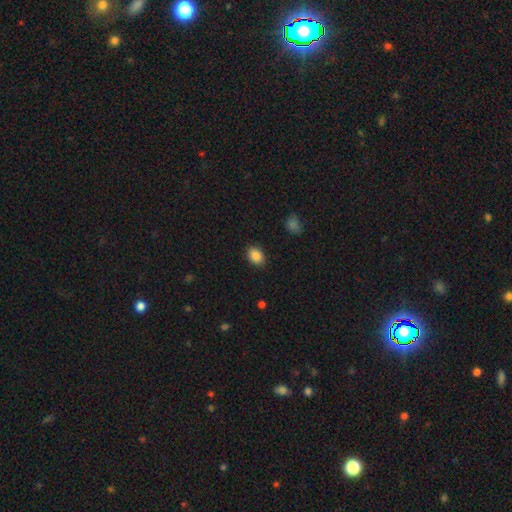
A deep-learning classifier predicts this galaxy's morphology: smooth_or_featured: smooth (p=0.87) [alt: star or artifact p=0.09]
how_rounded: in between (p=0.70) [alt: round p=0.29]
merging: none (p=0.87) [alt: minor disturbance p=0.09]